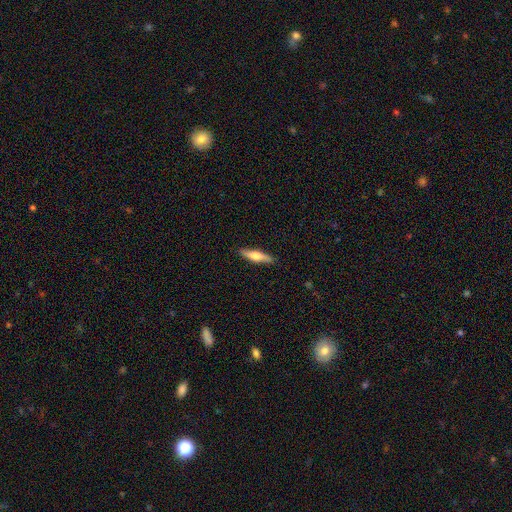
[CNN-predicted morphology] This appears to be a smooth galaxy with no disk features (57%) that is cigar-shaped (78%). Merging: none (88%).